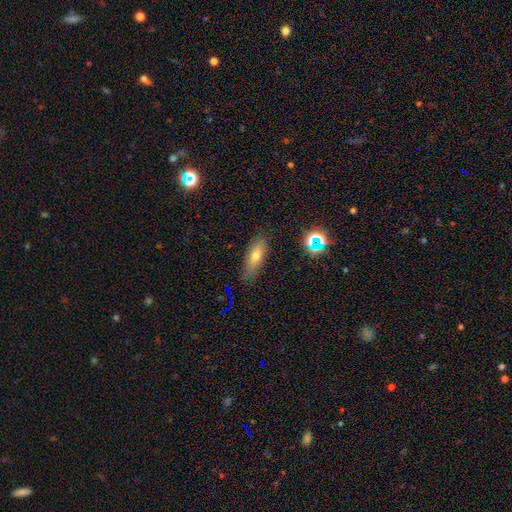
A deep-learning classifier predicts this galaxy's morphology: Smooth or featured? Predicted: smooth (p=0.62). How rounded? Predicted: in between (p=0.57). Merging? Predicted: none (p=0.79).